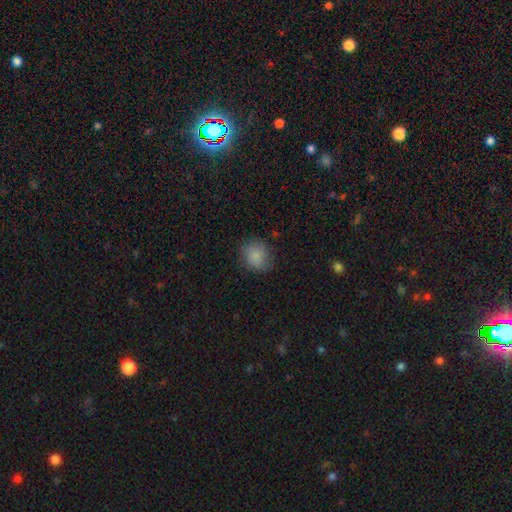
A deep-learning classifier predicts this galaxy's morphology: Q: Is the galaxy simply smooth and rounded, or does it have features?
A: smooth — 84%.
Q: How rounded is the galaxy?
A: round — 78%.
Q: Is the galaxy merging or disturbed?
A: none — 76%.